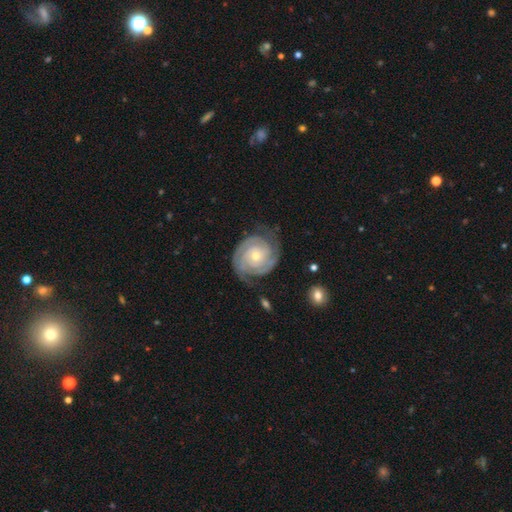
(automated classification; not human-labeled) Overall: featured or disk (91%). Edge-on disk: no (98%). Bar: no (75%). Spiral arms: yes (98%). Spiral arm count: 2 (63%). Spiral winding: tight (79%). Bulge size: small (60%; moderate 37%). Merging: none (77%).